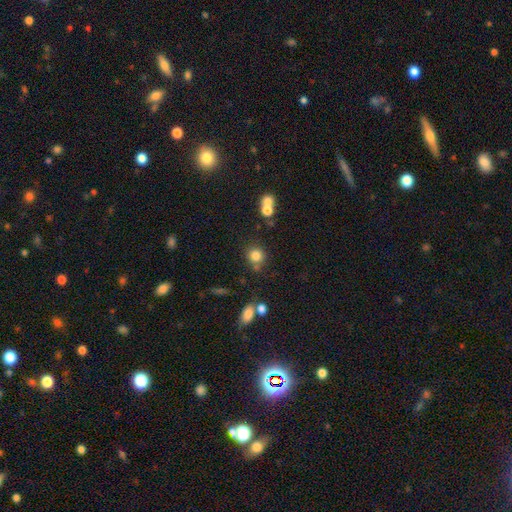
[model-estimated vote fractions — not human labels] A smooth galaxy with no disk features (80%) that is round (85%).

Vote fractions:
- Smooth or featured? smooth: 80% / star or artifact: 12% / featured or disk: 7%
- How rounded? round: 85% / in between: 14% / cigar-shaped: 1%
- Merging? none: 67% / merger: 15% / minor disturbance: 13% / major disturbance: 5%